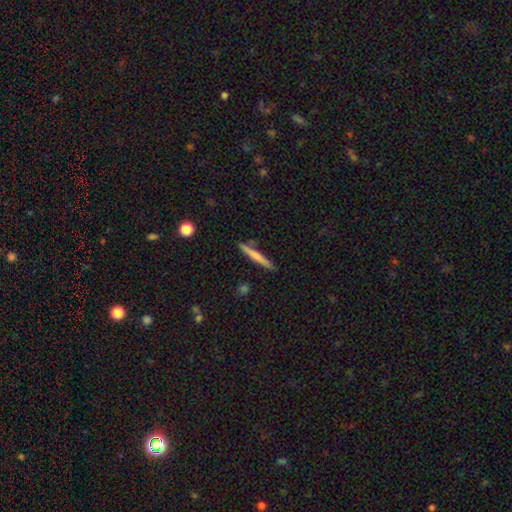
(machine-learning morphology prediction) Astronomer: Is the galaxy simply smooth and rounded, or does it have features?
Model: smooth — 65%.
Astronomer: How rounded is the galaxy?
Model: cigar-shaped — 95%.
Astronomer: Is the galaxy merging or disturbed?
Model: none — 86%.